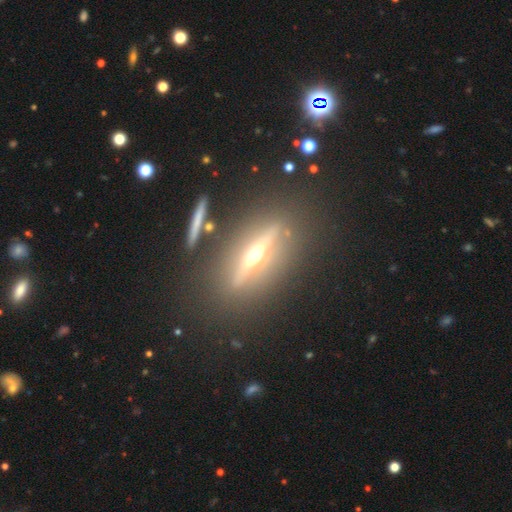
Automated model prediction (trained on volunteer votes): The model was most divided on "smooth or featured": featured or disk: 76%, smooth: 14%, star or artifact: 10%. More confident: edge-on bulge — rounded (95%); edge-on disk — yes (91%); merging — none (84%).